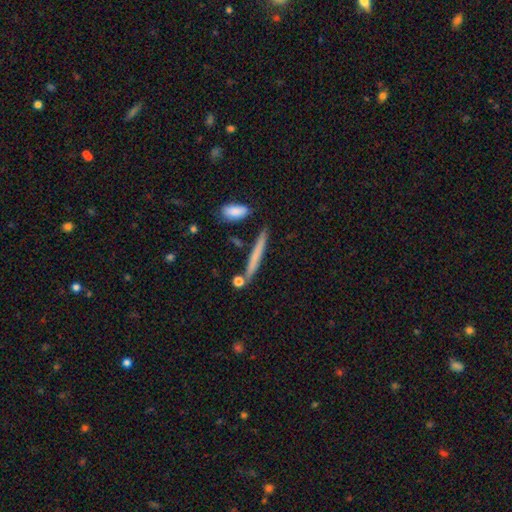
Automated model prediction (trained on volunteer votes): Smooth or featured? smooth (62%)
How rounded? cigar-shaped (94%)
Merging? none (82%)